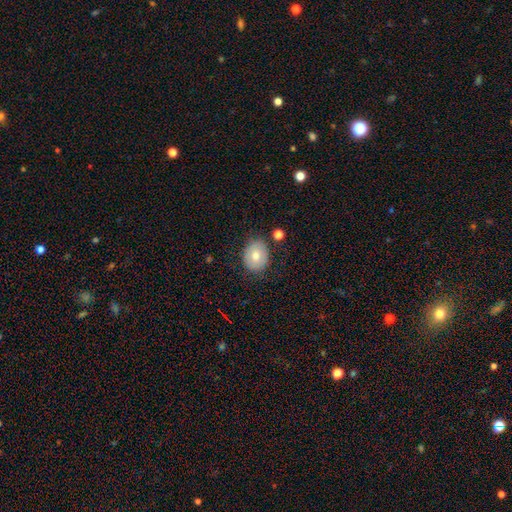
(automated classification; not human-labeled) Q: Smooth or featured?
A: smooth (73%); runner-up: featured or disk (19%)
Q: How rounded?
A: round (54%); runner-up: in between (45%)
Q: Merging?
A: none (78%); runner-up: minor disturbance (15%)